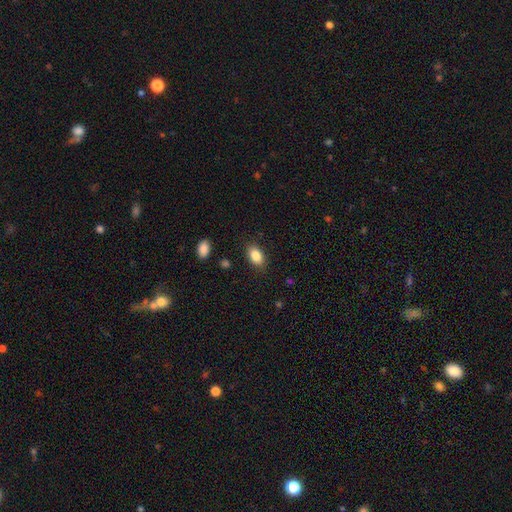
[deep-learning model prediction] A smooth galaxy with no disk features (86%) that is in between round and cigar-shaped (90%). Merging: none (86%).